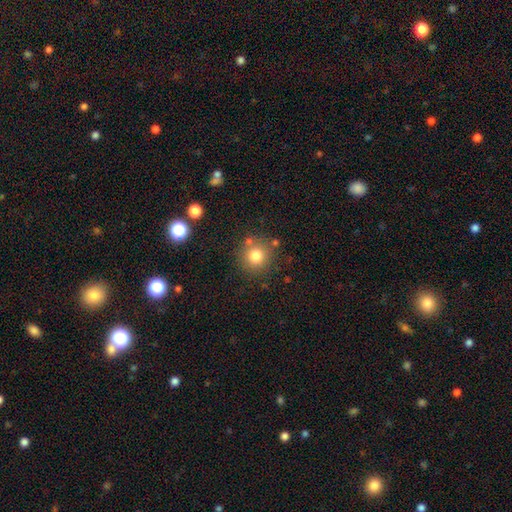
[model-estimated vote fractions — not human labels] This appears to be a smooth galaxy with no disk features (79%) that is round (93%). Merging: none (79%).